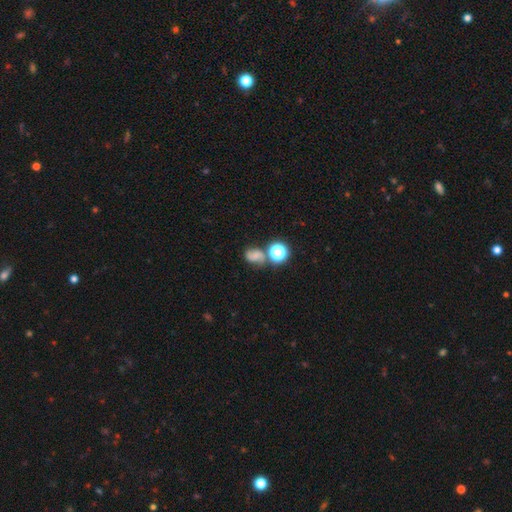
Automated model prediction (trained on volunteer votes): This is possibly a smooth galaxy (45%). Merging: possibly none (50%).